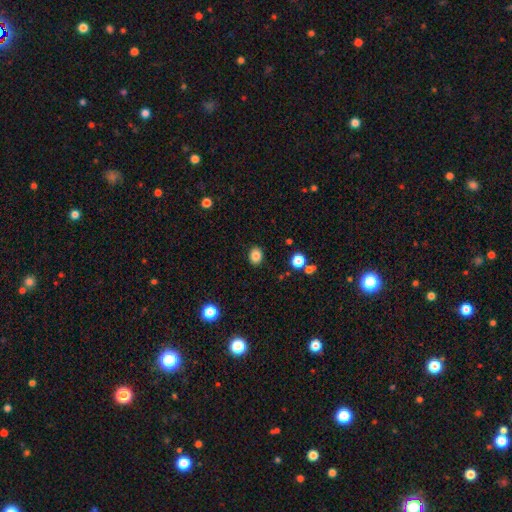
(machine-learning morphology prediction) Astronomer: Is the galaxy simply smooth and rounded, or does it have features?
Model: smooth — 85%.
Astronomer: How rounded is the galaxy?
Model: in between — 53% (runner-up: round, 46%).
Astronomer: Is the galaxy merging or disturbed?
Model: none — 89%.